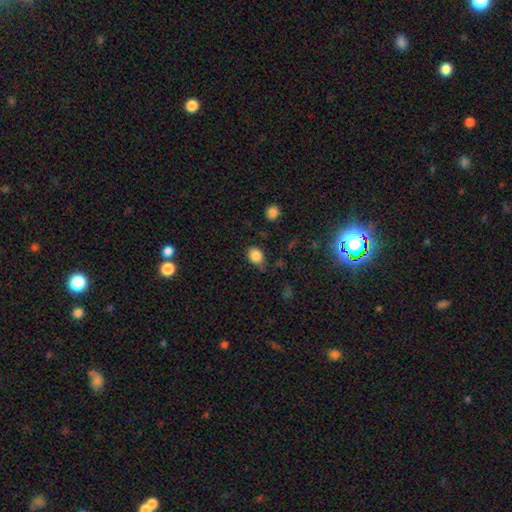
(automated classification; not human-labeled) The model was most divided on "how rounded": round: 50%, in between: 48%, cigar-shaped: 1%. More confident: smooth or featured — smooth (84%); merging — none (67%).